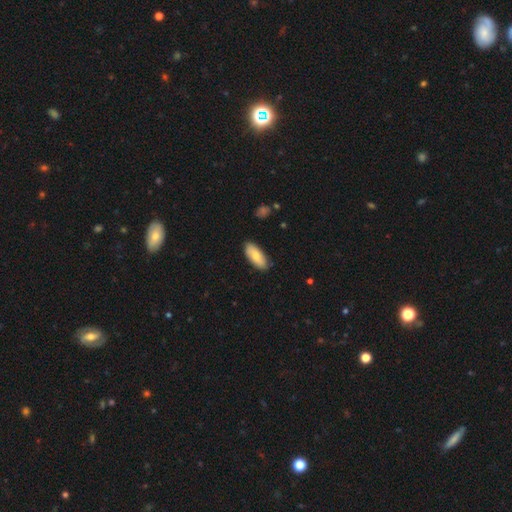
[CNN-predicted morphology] A smooth galaxy with no disk features (77%) that is in between round and cigar-shaped (85%).

Vote fractions:
- Smooth or featured? smooth: 77% / featured or disk: 17% / star or artifact: 6%
- How rounded? in between: 85% / cigar-shaped: 13% / round: 2%
- Merging? none: 84% / minor disturbance: 13% / major disturbance: 2% / merger: 1%